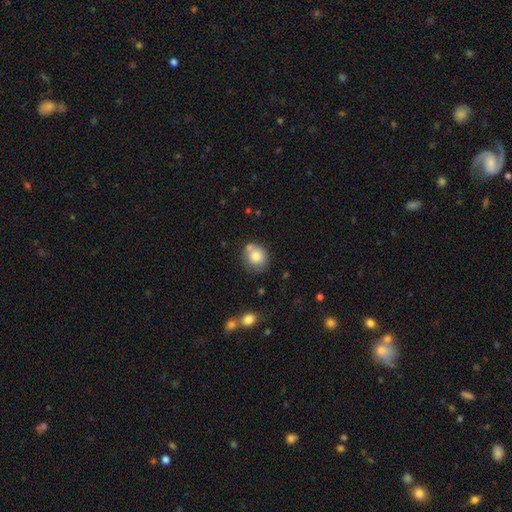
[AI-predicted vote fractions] smooth-or-featured: smooth: 79% | featured or disk: 11% | star or artifact: 9%
  how-rounded: round: 80% | in between: 20% | cigar-shaped: 1%
  merging: none: 64% | merger: 16% | minor disturbance: 16% | major disturbance: 4%